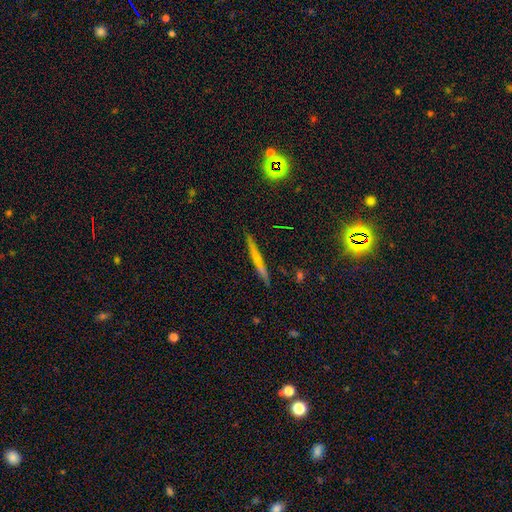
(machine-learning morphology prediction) featured or disk 45%, smooth 39%, star or artifact 16%. Down the decision tree: merging — none (88%).